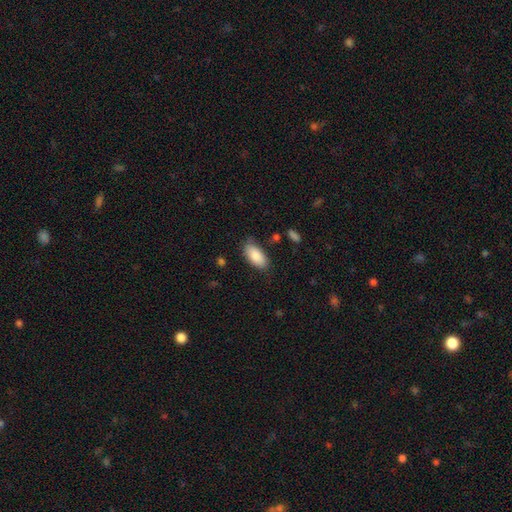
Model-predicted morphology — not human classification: type=smooth (85%); roundness=in between (92%); merging=none (78%).